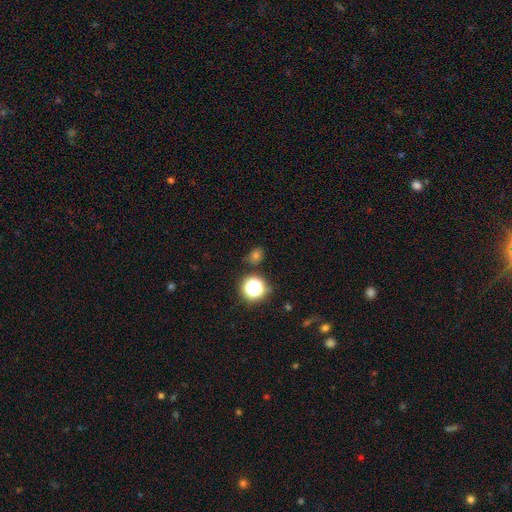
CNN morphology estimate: Smooth or featured? Predicted: smooth (p=0.60). How rounded? Predicted: round (p=0.72). Merging? Predicted: none (p=0.79).